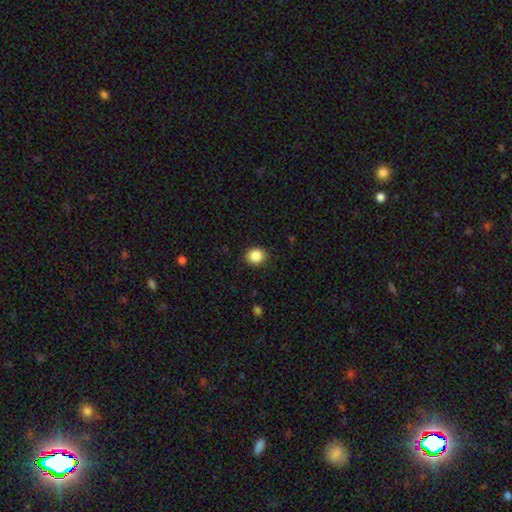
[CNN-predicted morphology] A smooth galaxy with no disk features (87%) that is round (82%). Merging: none (90%).